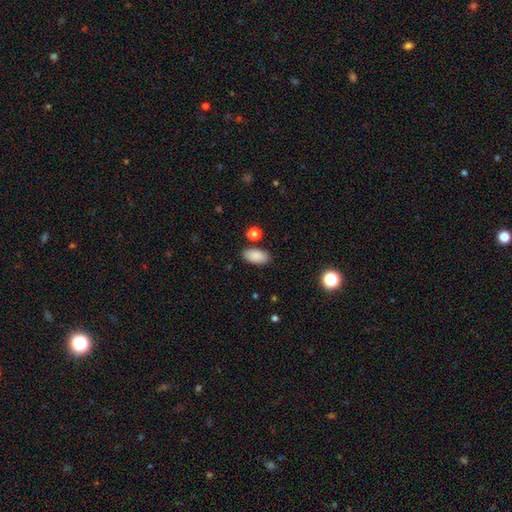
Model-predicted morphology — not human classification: Smooth or featured? smooth (88%)
How rounded? in between (93%)
Merging? none (83%)